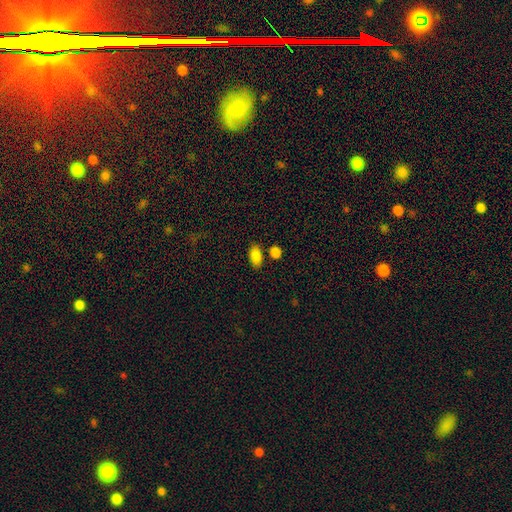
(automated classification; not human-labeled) smooth 87%, star or artifact 8%, featured or disk 5%. Down the decision tree: how rounded — in between (90%); merging — none (78%).